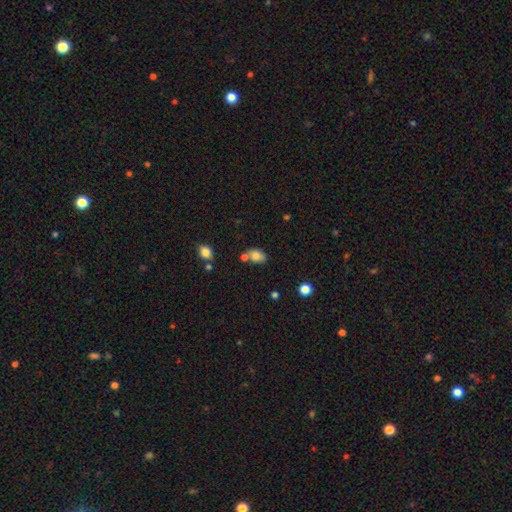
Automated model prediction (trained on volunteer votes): The model was most divided on "merging": none: 57%, merger: 24%, minor disturbance: 15%, major disturbance: 4%. More confident: smooth or featured — smooth (78%); how rounded — in between (76%).